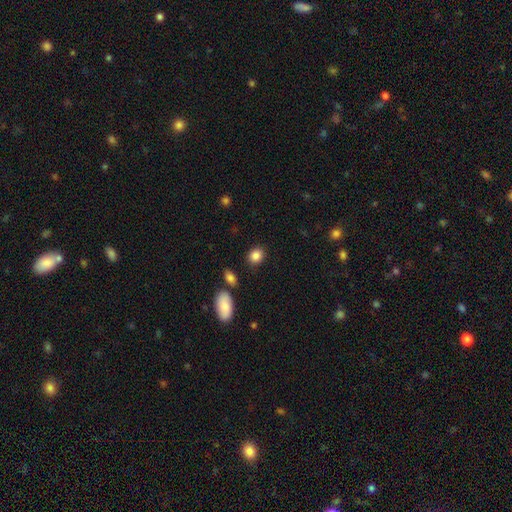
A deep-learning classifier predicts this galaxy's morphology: Smooth or featured?
  - smooth: 87% *
  - star or artifact: 9%
  - featured or disk: 5%
How rounded?
  - round: 57% *
  - in between: 42%
  - cigar-shaped: 1%
Merging?
  - none: 85% *
  - minor disturbance: 9%
  - merger: 3%
  - major disturbance: 3%